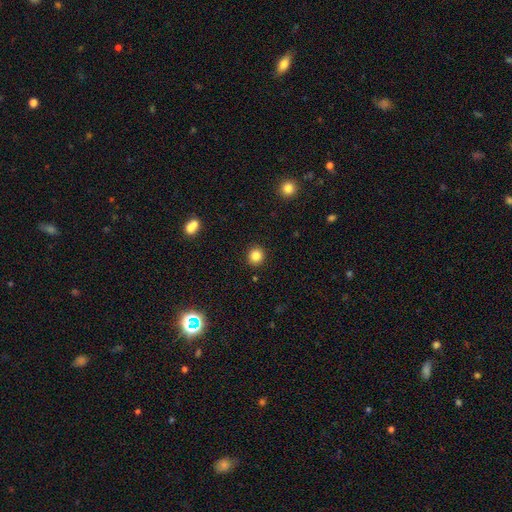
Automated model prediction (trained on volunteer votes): smooth-or-featured: smooth: 84% | star or artifact: 11% | featured or disk: 5%
  how-rounded: round: 90% | in between: 9% | cigar-shaped: 1%
  merging: none: 91% | minor disturbance: 5% | major disturbance: 2% | merger: 2%